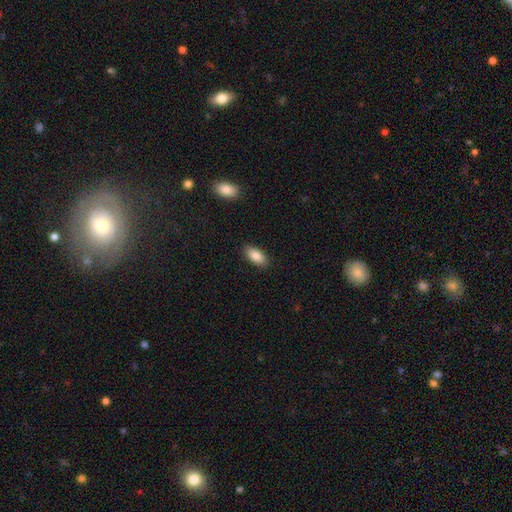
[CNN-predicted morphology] The model was most divided on "merging": none: 87%, minor disturbance: 9%, major disturbance: 2%, merger: 1%. More confident: how rounded — in between (90%); smooth or featured — smooth (87%).